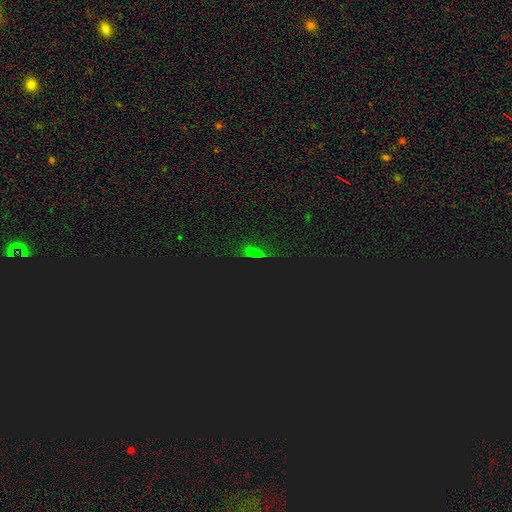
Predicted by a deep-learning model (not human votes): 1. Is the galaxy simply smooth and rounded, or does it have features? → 60% star or artifact, 27% smooth, 13% featured or disk.